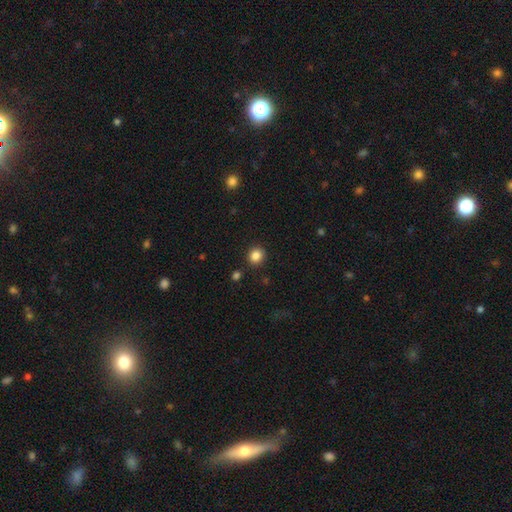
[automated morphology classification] A smooth galaxy with no disk features (86%) that is round (82%). Merging: none (89%).